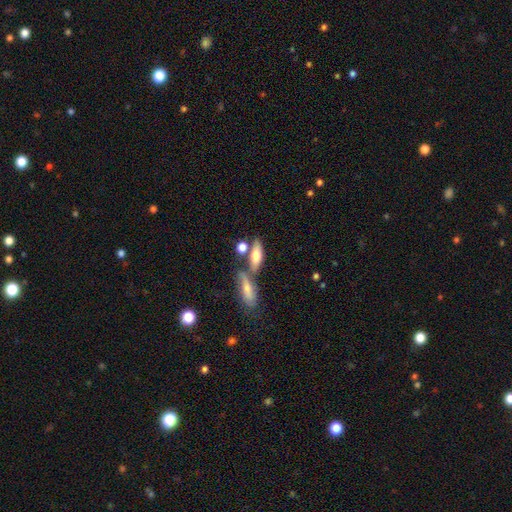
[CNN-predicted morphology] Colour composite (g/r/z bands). It shows a smooth galaxy with no disk features (68%) that is in between round and cigar-shaped (67%). Merging: none (48%).